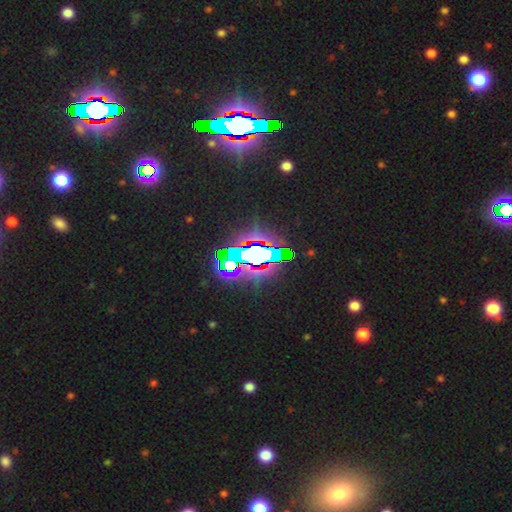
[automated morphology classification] Smooth or featured: star or artifact — 83% (smooth — 9%)